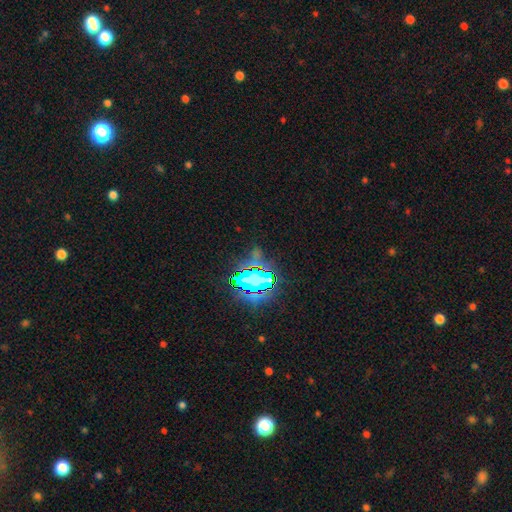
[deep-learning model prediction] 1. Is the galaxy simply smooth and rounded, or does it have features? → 72% star or artifact, 15% smooth, 12% featured or disk.